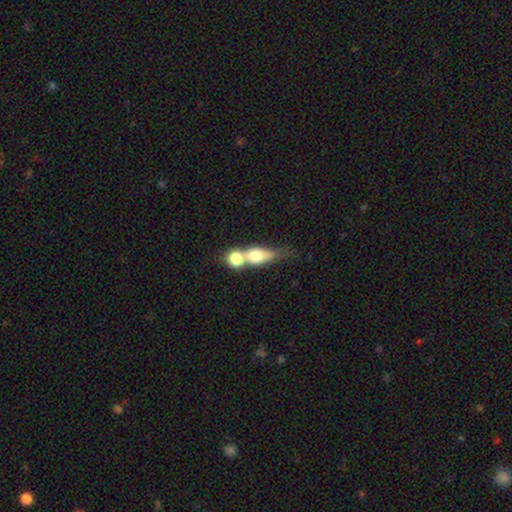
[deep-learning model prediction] Q: Smooth or featured?
A: smooth (59%); runner-up: featured or disk (32%)
Q: How rounded?
A: in between (47%); runner-up: round (30%)
Q: Merging?
A: merger (68%); runner-up: none (21%)